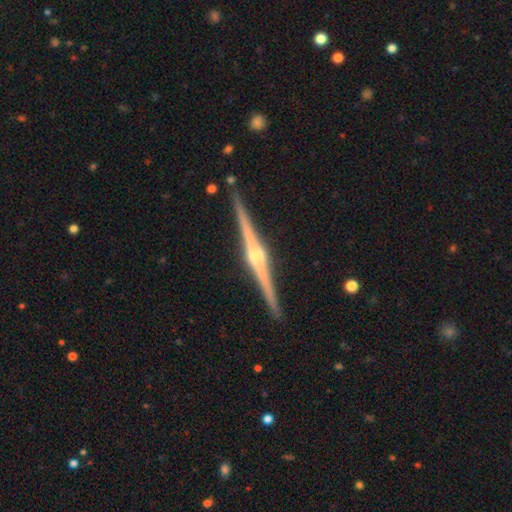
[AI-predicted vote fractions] A featured or disk galaxy (90%) viewed edge-on (99%) with a rounded central bulge (91%). Merging: none (92%).